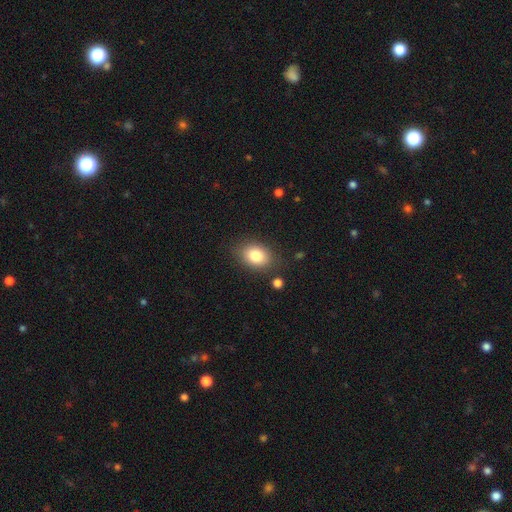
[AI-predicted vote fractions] A smooth galaxy with no disk features (82%) that is in between round and cigar-shaped (70%).

Vote fractions:
- Smooth or featured? smooth: 82% / star or artifact: 9% / featured or disk: 9%
- How rounded? in between: 70% / round: 29% / cigar-shaped: 1%
- Merging? none: 82% / minor disturbance: 12% / major disturbance: 3% / merger: 3%